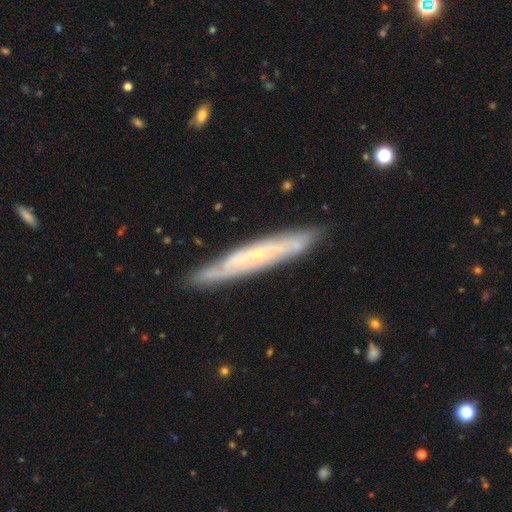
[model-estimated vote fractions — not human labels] Morphology: type=featured or disk (74%); edge-on=yes (62%); merging=none (84%).